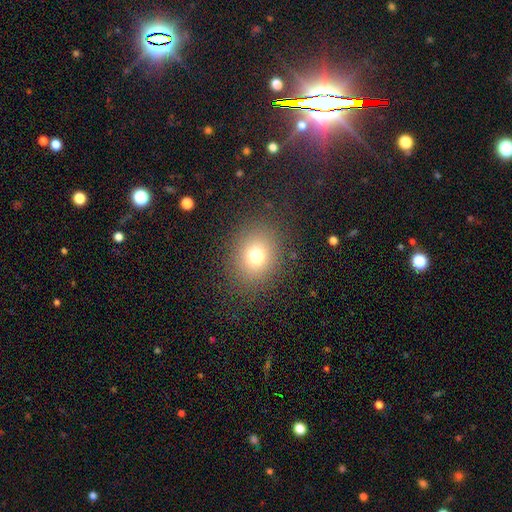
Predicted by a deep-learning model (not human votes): Smooth or featured? Predicted: smooth (p=0.73). How rounded? Predicted: round (p=0.62). Merging? Predicted: none (p=0.85).